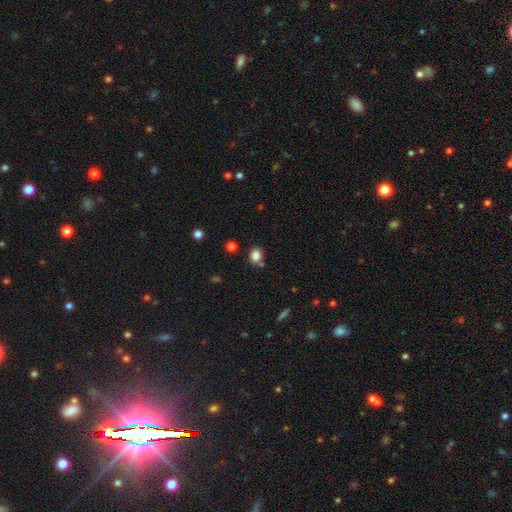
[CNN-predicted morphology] A smooth galaxy with no disk features (84%) that is round (62%). Merging: none (75%).